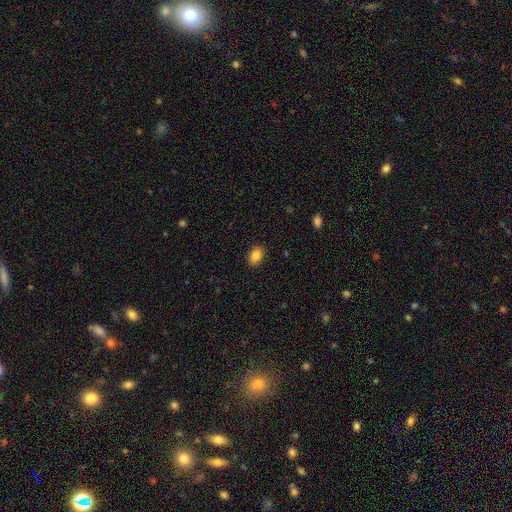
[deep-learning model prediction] smooth 86%, star or artifact 9%, featured or disk 5%. Down the decision tree: how rounded — in between (80%); merging — none (89%).